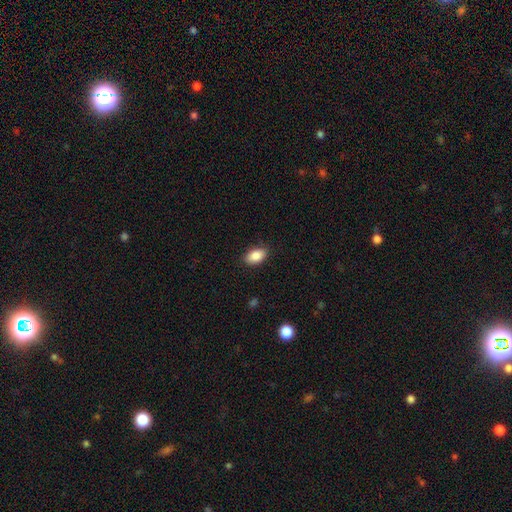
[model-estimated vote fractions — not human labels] smooth 87%, star or artifact 7%, featured or disk 6%. Down the decision tree: how rounded — in between (91%); merging — none (87%).